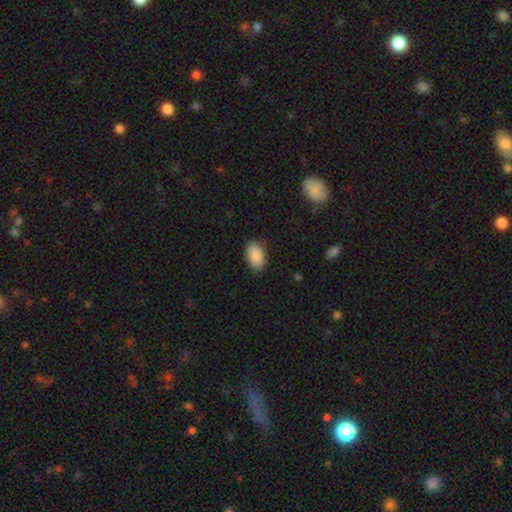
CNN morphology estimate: smooth_or_featured: smooth (p=0.90) [alt: star or artifact p=0.06]
how_rounded: in between (p=0.92) [alt: round p=0.07]
merging: none (p=0.84) [alt: minor disturbance p=0.12]